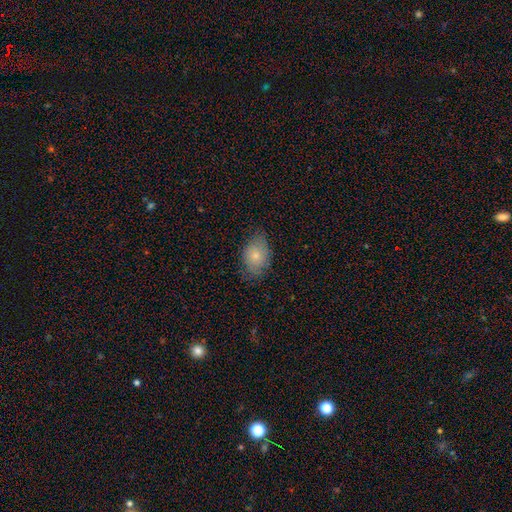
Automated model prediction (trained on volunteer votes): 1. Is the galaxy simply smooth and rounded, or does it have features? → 76% smooth, 17% featured or disk, 7% star or artifact.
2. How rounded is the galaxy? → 79% in between, 19% round, 1% cigar-shaped.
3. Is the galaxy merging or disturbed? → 69% none, 24% minor disturbance, 6% major disturbance, 1% merger.